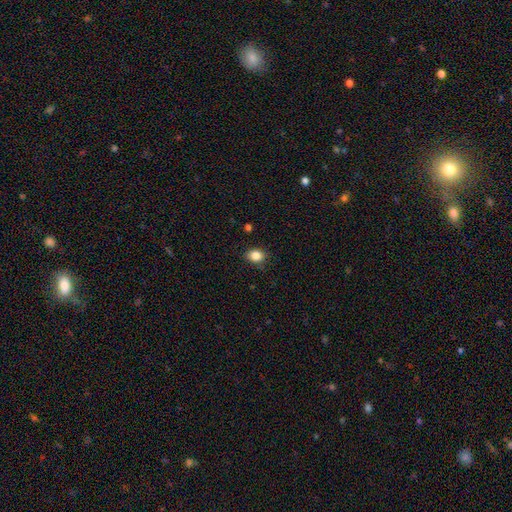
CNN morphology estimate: Smooth or featured: smooth — 85% (star or artifact — 10%)
How rounded: in between — 58% (round — 41%)
Merging: none — 85% (minor disturbance — 12%)